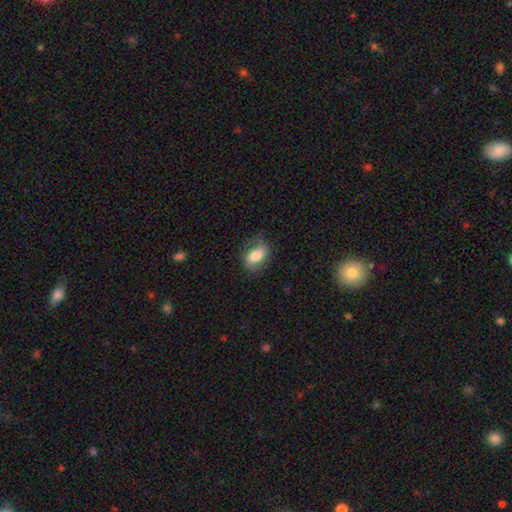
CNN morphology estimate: Overall: smooth (65%; featured or disk 28%). How rounded: in between (85%). Merging: none (68%).